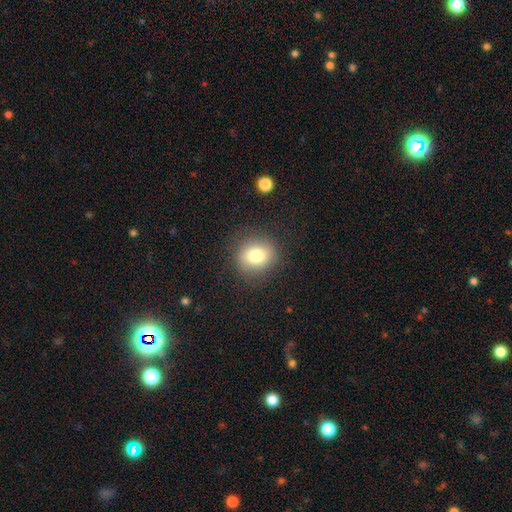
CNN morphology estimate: Smooth or featured? smooth (80%)
How rounded? round (76%)
Merging? none (85%)